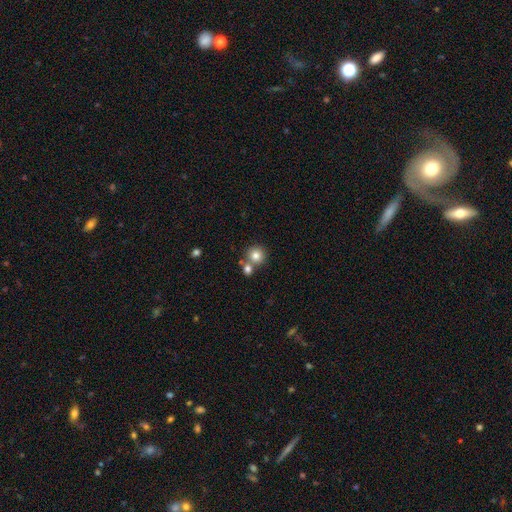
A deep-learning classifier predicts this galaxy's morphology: Smooth or featured: smooth — 80% (star or artifact — 11%)
How rounded: round — 91% (in between — 8%)
Merging: none — 61% (merger — 29%)